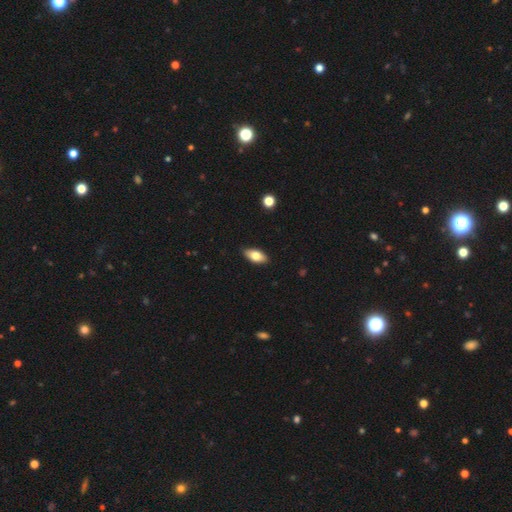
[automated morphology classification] type=smooth (78%); roundness=in between (90%); merging=none (88%).